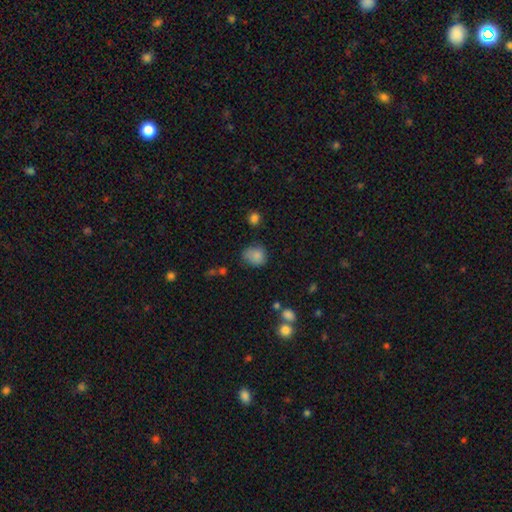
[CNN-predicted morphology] This is clearly a smooth galaxy (81%). How rounded: likely round (63%). Merging: possibly none (54%).